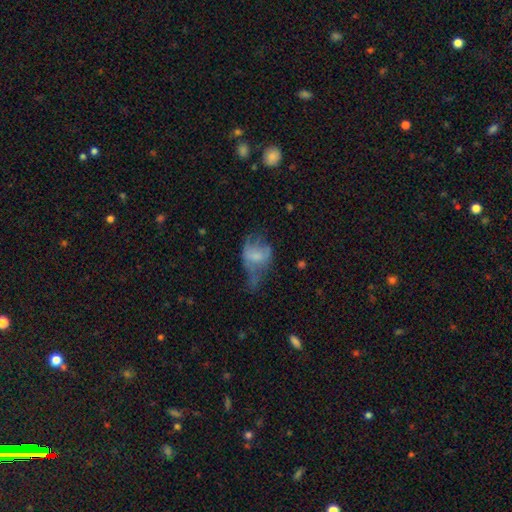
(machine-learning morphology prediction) Smooth or featured? Predicted: smooth (p=0.47). Merging? Predicted: major disturbance (p=0.52).